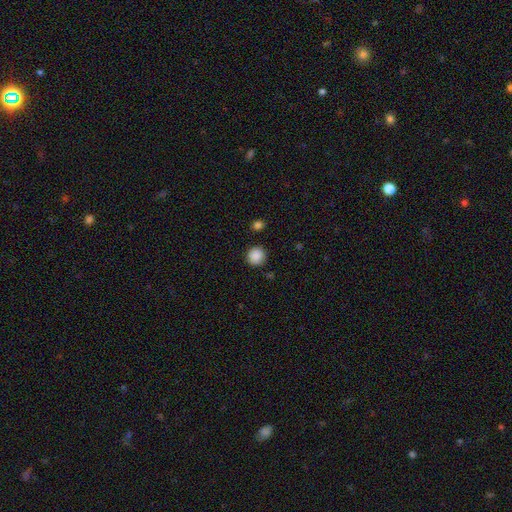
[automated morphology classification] This appears to be a smooth galaxy with no disk features (88%) that is round (93%). Merging: none (89%).